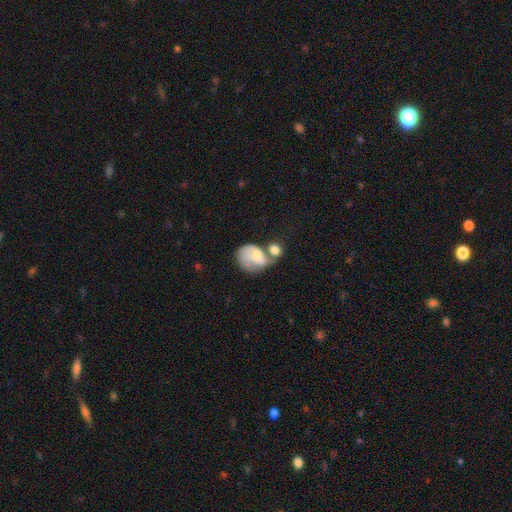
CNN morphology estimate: Smooth or featured: smooth — 53% (featured or disk — 39%)
How rounded: in between — 55% (round — 44%)
Merging: merger — 48% (major disturbance — 19%)